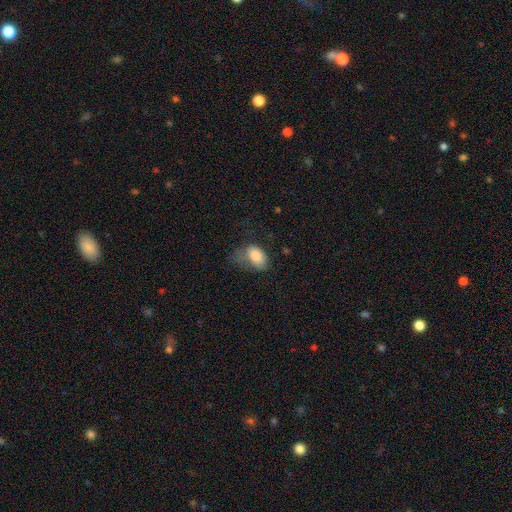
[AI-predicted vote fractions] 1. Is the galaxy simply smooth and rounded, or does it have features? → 78% smooth, 14% featured or disk, 8% star or artifact.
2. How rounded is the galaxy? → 88% in between, 10% round, 1% cigar-shaped.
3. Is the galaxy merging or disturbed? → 35% major disturbance, 32% minor disturbance, 29% none, 3% merger.